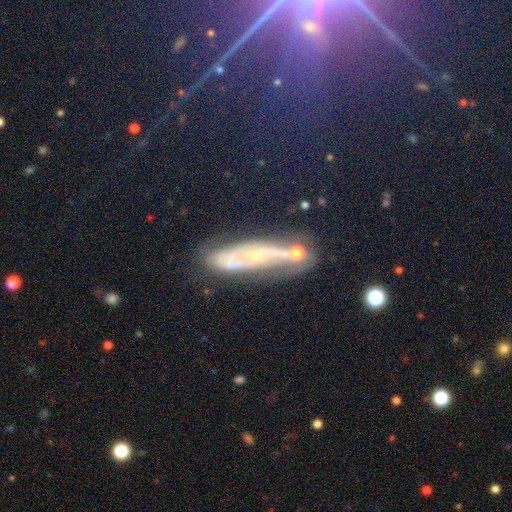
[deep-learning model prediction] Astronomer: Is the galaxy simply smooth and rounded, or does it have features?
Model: featured or disk — 57%.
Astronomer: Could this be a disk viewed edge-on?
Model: no — 66%.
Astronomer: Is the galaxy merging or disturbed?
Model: none — 61%.